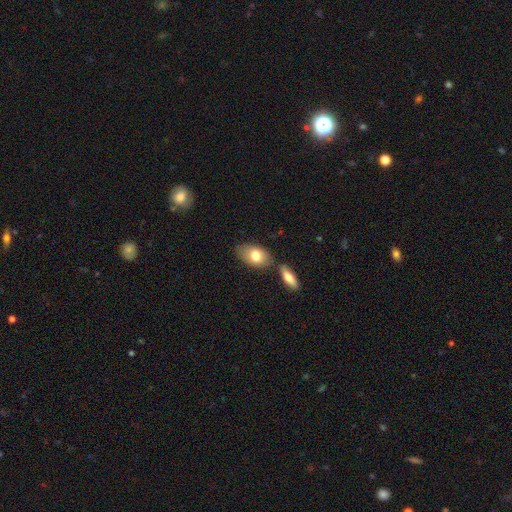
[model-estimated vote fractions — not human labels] Smooth or featured?
  - smooth: 76% *
  - featured or disk: 18%
  - star or artifact: 6%
How rounded?
  - in between: 91% *
  - round: 7%
  - cigar-shaped: 3%
Merging?
  - none: 63% *
  - merger: 19%
  - minor disturbance: 15%
  - major disturbance: 4%